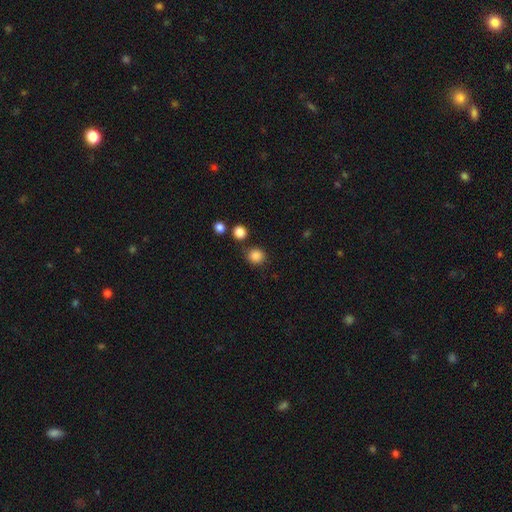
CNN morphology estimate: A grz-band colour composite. It shows a smooth galaxy with no disk features (86%) that is round (87%). Merging: none (80%).